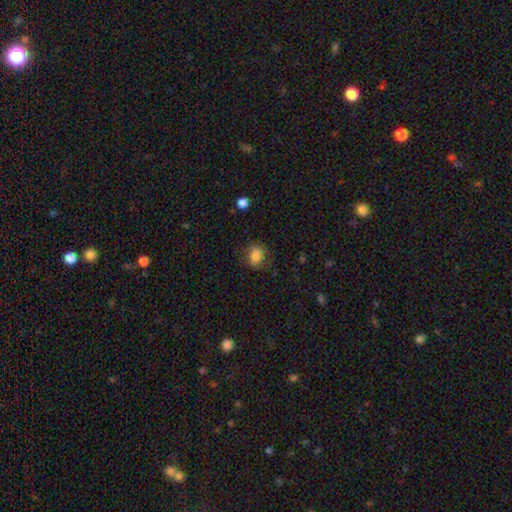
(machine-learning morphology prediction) This appears to be a smooth galaxy with no disk features (82%) that is round (56%). Merging: none (74%).